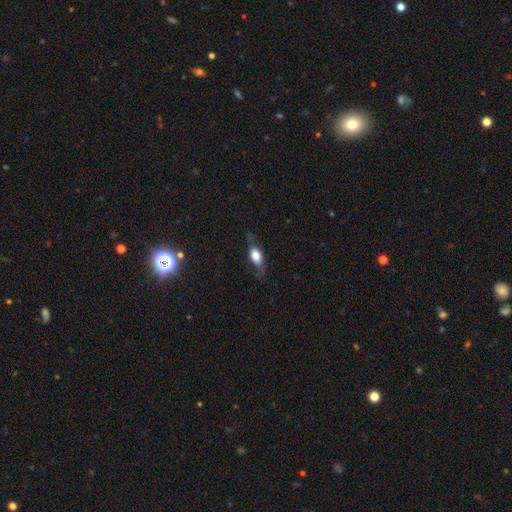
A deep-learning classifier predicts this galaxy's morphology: The model was most divided on "smooth or featured": smooth: 64%, featured or disk: 28%, star or artifact: 8%. More confident: how rounded — in between (76%); merging — none (61%).